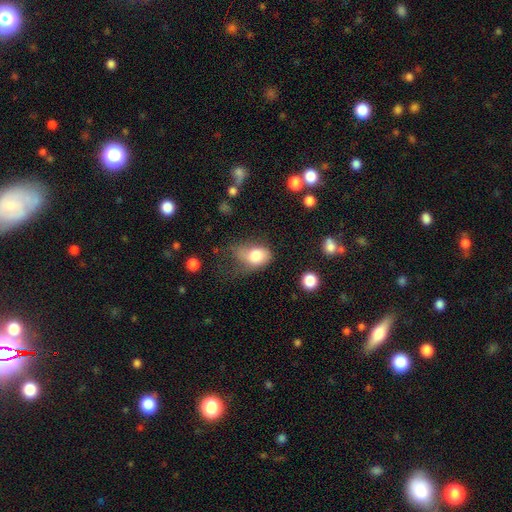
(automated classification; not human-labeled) smooth_or_featured: smooth (p=0.78) [alt: featured or disk p=0.14]
how_rounded: in between (p=0.75) [alt: round p=0.24]
merging: minor disturbance (p=0.35) [alt: major disturbance p=0.33]